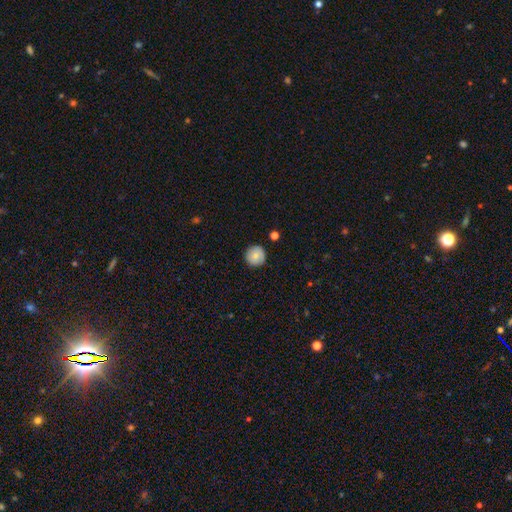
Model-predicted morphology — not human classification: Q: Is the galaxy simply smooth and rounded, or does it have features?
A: smooth — 79%.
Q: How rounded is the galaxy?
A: round — 96%.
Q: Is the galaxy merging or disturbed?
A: none — 89%.